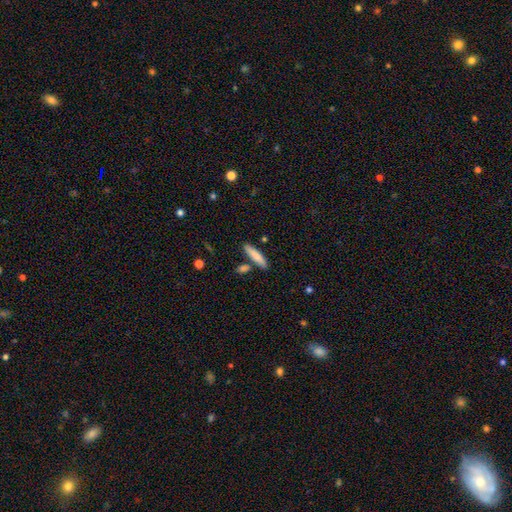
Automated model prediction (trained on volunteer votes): Smooth or featured: smooth — 82% (featured or disk — 12%)
How rounded: cigar-shaped — 82% (in between — 16%)
Merging: none — 81% (minor disturbance — 10%)